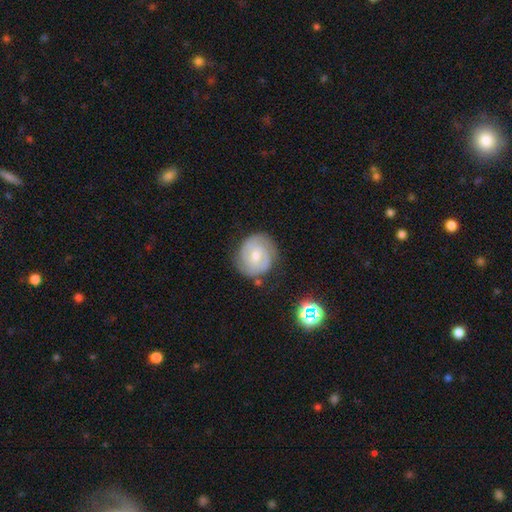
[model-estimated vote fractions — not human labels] The model was most divided on "bulge size": small: 52%, moderate: 44%, large: 2%, none: 1%, dominant: 1%. More confident: edge-on disk — no (98%); spiral arms — yes (89%); merging — none (75%); smooth or featured — featured or disk (67%); spiral arm count — 2 (64%); spiral winding — tight (59%); bar — no (53%).